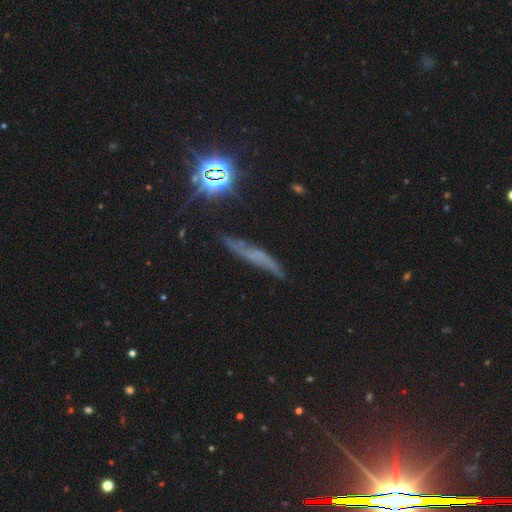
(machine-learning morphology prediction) Q: Smooth or featured?
A: featured or disk (45%); runner-up: smooth (30%)
Q: Merging?
A: none (63%); runner-up: minor disturbance (24%)